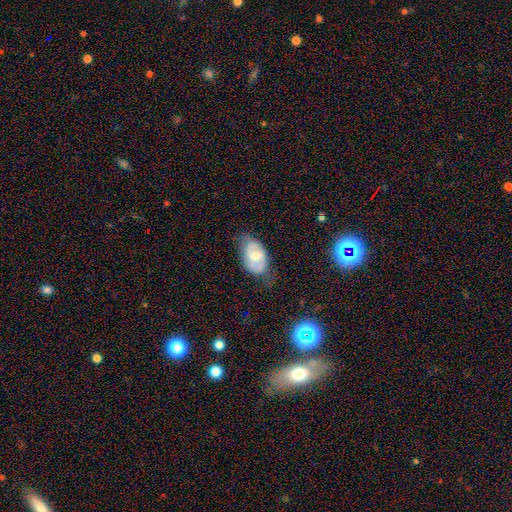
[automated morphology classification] smooth-or-featured: smooth: 50% | featured or disk: 43% | star or artifact: 7%
  how-rounded: in between: 91% | round: 7% | cigar-shaped: 2%
  merging: none: 58% | minor disturbance: 31% | major disturbance: 10% | merger: 2%